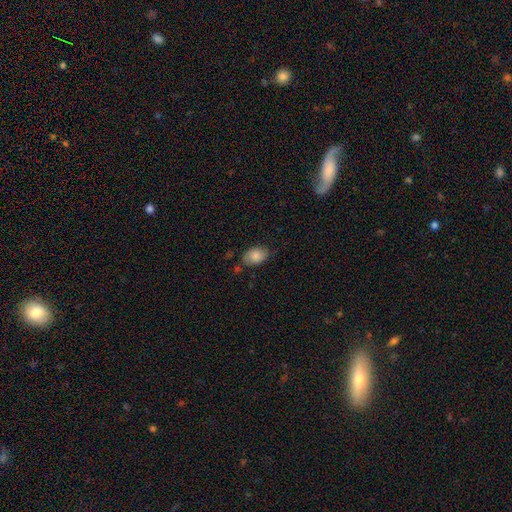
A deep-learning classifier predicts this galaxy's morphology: type=smooth (82%); roundness=in between (87%); merging=none (71%).